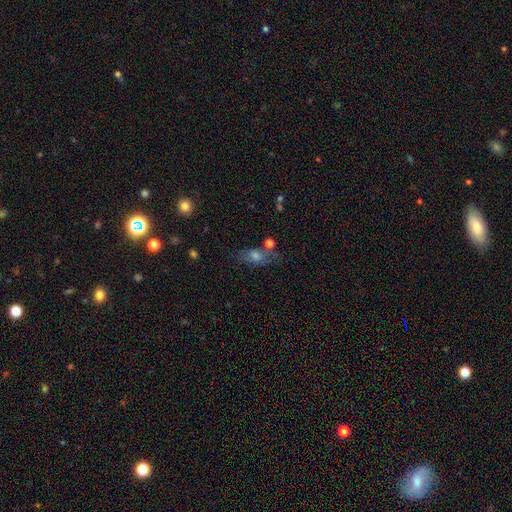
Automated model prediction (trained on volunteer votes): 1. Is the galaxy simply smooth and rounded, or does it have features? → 58% smooth, 24% featured or disk, 18% star or artifact.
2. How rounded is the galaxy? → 72% in between, 15% round, 13% cigar-shaped.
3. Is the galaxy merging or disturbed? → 58% none, 19% minor disturbance, 14% merger, 9% major disturbance.